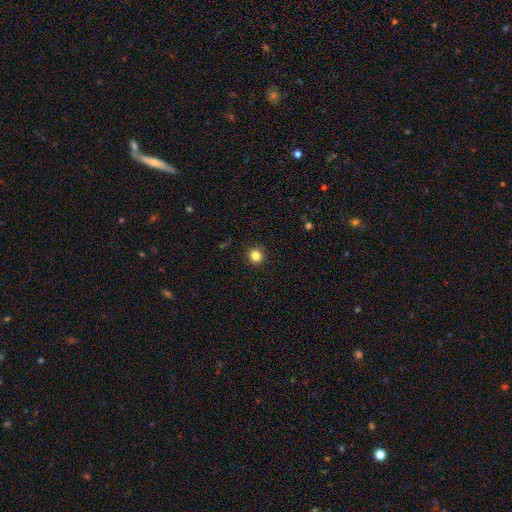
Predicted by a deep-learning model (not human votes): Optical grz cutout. It shows a smooth galaxy with no disk features (83%) that is round (92%). Merging: none (92%).